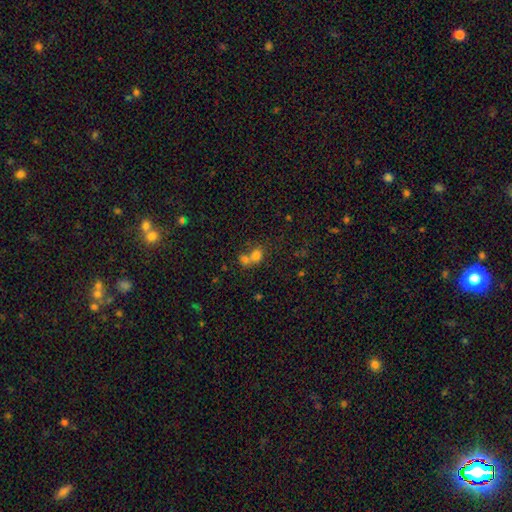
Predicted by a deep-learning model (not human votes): Q: Smooth or featured?
A: smooth (73%); runner-up: star or artifact (15%)
Q: How rounded?
A: round (63%); runner-up: in between (36%)
Q: Merging?
A: merger (61%); runner-up: none (29%)